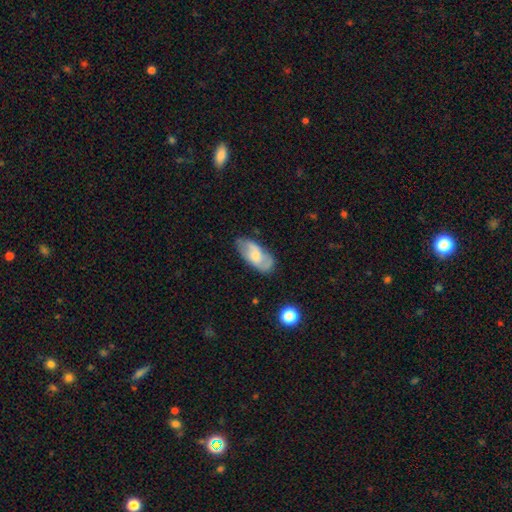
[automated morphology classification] type=smooth (51%); roundness=in between (89%); merging=none (67%).